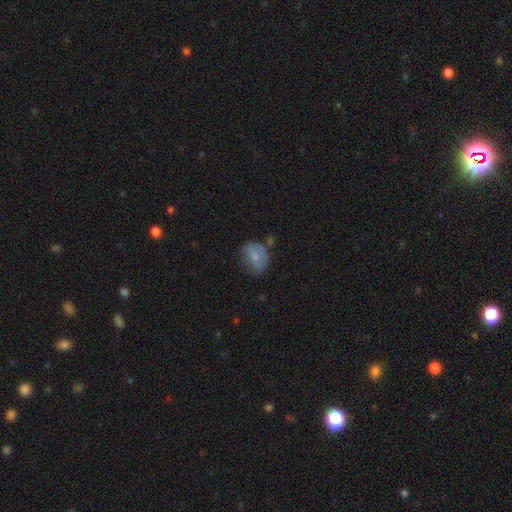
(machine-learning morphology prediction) A smooth galaxy with no disk features (72%) that is in between round and cigar-shaped (60%). Merging: none (53%).